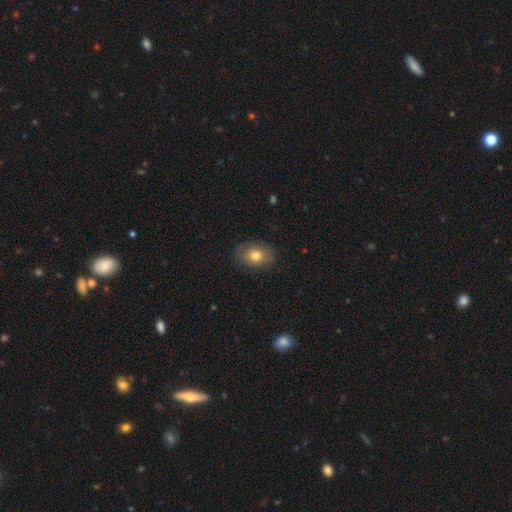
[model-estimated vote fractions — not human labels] Smooth or featured? smooth (74%)
How rounded? in between (68%)
Merging? none (81%)